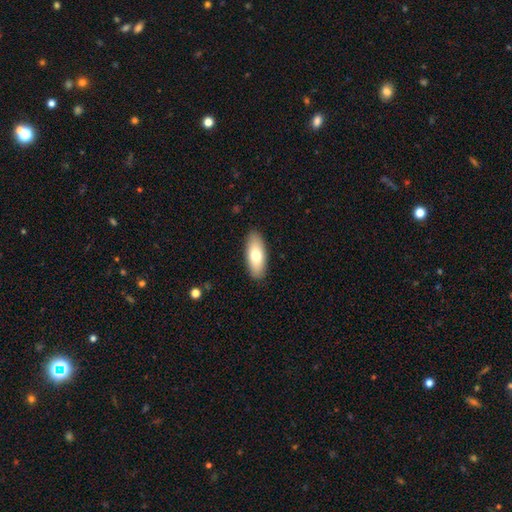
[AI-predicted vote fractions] Smooth or featured?
  - smooth: 75% *
  - featured or disk: 19%
  - star or artifact: 6%
How rounded?
  - in between: 78% *
  - cigar-shaped: 19%
  - round: 2%
Merging?
  - none: 89% *
  - minor disturbance: 8%
  - major disturbance: 2%
  - merger: 1%